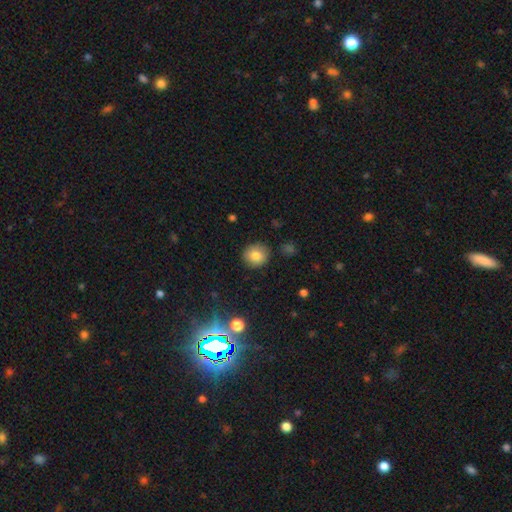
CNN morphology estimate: Overall: smooth (81%). How rounded: round (87%). Merging: none (87%).